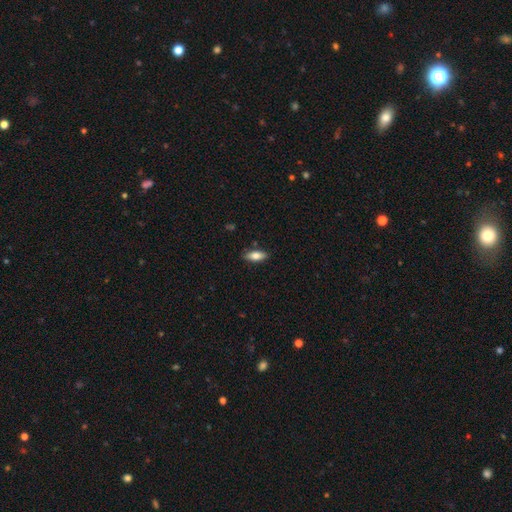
Q: Smooth or featured?
A: smooth (75%); runner-up: featured or disk (18%)
Q: How rounded?
A: in between (83%); runner-up: cigar-shaped (17%)
Q: Merging?
A: none (86%); runner-up: minor disturbance (11%)